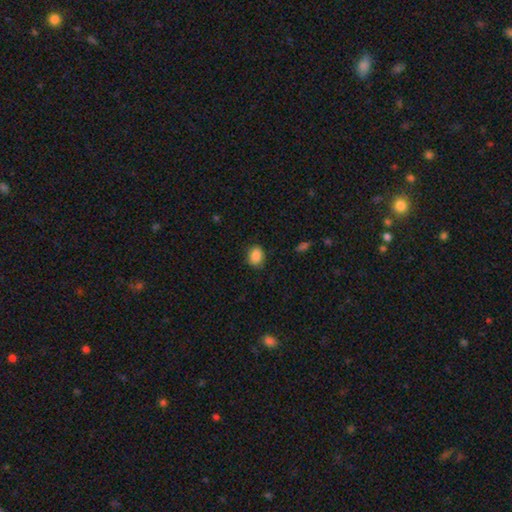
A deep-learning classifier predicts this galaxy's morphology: smooth-or-featured: smooth: 88% | star or artifact: 9% | featured or disk: 4%
  how-rounded: in between: 53% | round: 46% | cigar-shaped: 1%
  merging: none: 83% | minor disturbance: 13% | major disturbance: 3% | merger: 1%